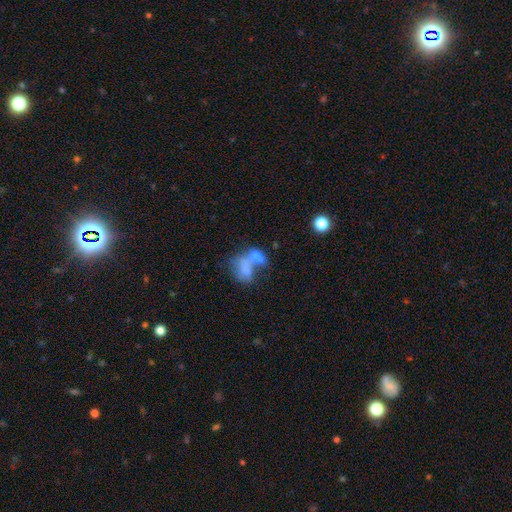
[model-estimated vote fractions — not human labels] Smooth or featured? Predicted: smooth (p=0.58). How rounded? Predicted: in between (p=0.75). Merging? Predicted: merger (p=0.59).